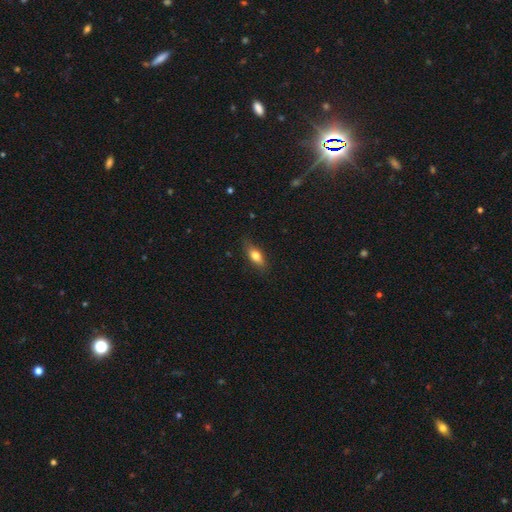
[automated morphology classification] The model was most divided on "how rounded": in between: 71%, cigar-shaped: 24%, round: 5%. More confident: merging — none (82%); smooth or featured — smooth (72%).